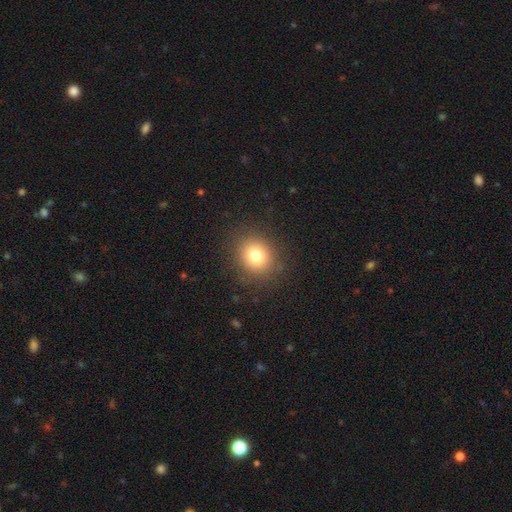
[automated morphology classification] smooth-or-featured: smooth: 79% | star or artifact: 12% | featured or disk: 9%
  how-rounded: round: 78% | in between: 21% | cigar-shaped: 1%
  merging: none: 87% | minor disturbance: 8% | major disturbance: 4% | merger: 1%